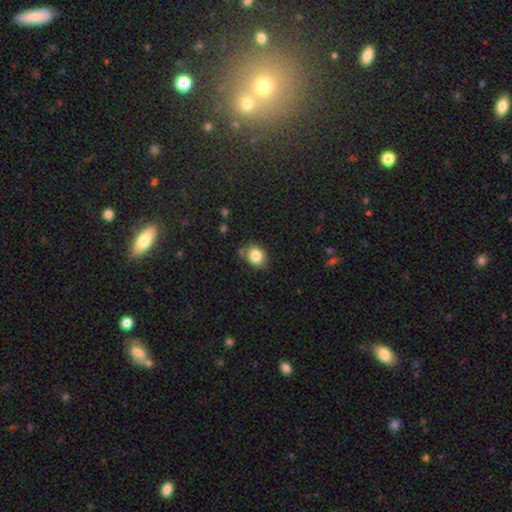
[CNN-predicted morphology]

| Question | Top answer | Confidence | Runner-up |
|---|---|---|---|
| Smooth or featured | smooth | 84% | star or artifact (10%) |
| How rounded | round | 54% | in between (45%) |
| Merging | none | 77% | minor disturbance (15%) |